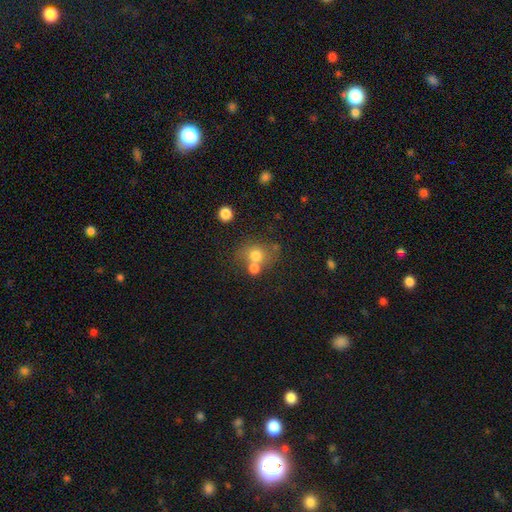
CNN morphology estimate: smooth-or-featured: smooth: 73% | featured or disk: 14% | star or artifact: 13%
  how-rounded: round: 74% | in between: 25% | cigar-shaped: 1%
  merging: none: 47% | merger: 38% | minor disturbance: 10% | major disturbance: 5%